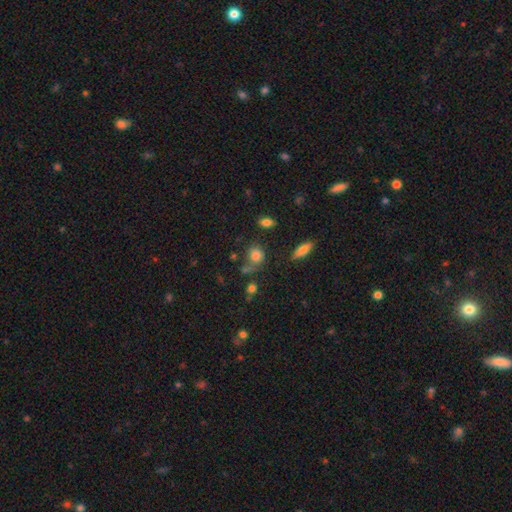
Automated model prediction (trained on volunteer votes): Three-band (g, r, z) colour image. It shows a smooth galaxy with no disk features (79%) that is round (67%). Merging: none (57%).